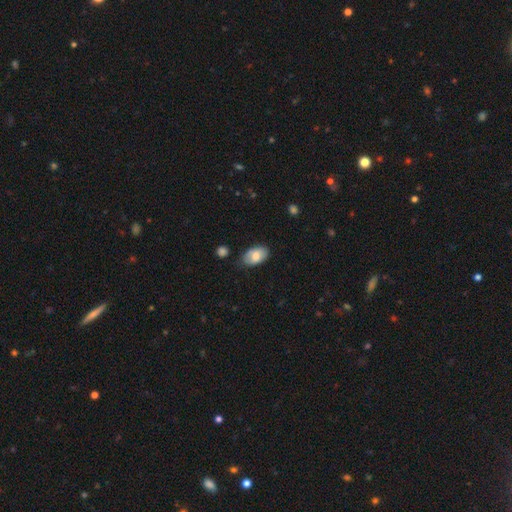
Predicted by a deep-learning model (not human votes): Smooth or featured?
  - smooth: 76% *
  - featured or disk: 17%
  - star or artifact: 6%
How rounded?
  - in between: 94% *
  - round: 5%
  - cigar-shaped: 1%
Merging?
  - none: 76% *
  - minor disturbance: 19%
  - major disturbance: 3%
  - merger: 2%